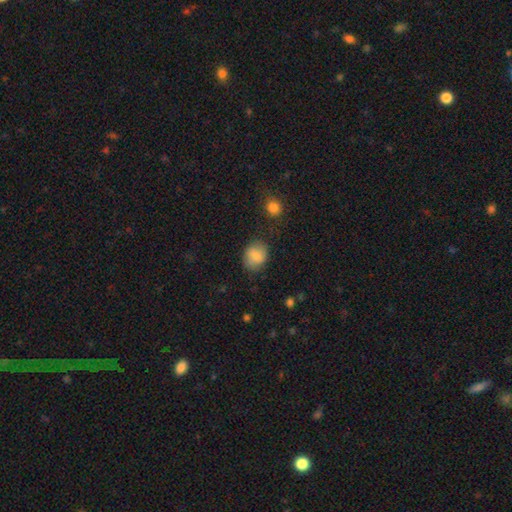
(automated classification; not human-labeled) A smooth galaxy with no disk features (82%) that is round (56%). Merging: none (76%).